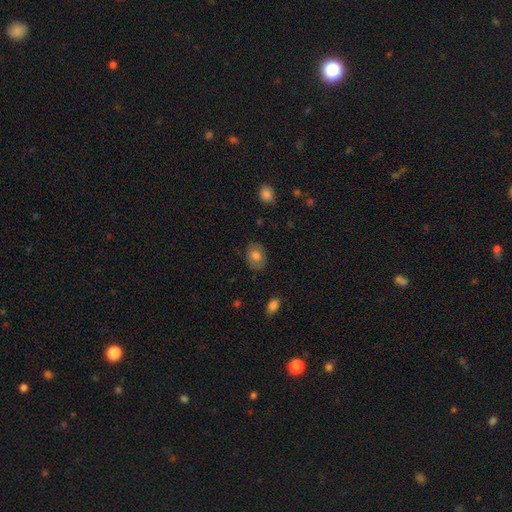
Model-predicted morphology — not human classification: Overall: smooth (75%). How rounded: in between (64%; round 35%). Merging: none (82%).